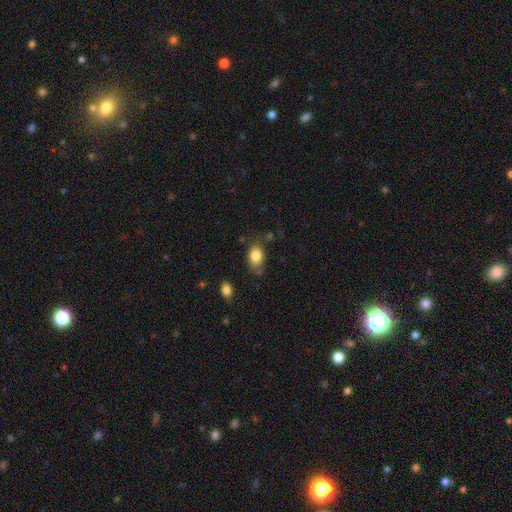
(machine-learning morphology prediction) A smooth galaxy with no disk features (84%) that is in between round and cigar-shaped (82%).

Vote fractions:
- Smooth or featured? smooth: 84% / star or artifact: 8% / featured or disk: 8%
- How rounded? in between: 82% / round: 17% / cigar-shaped: 1%
- Merging? none: 66% / minor disturbance: 24% / major disturbance: 7% / merger: 3%